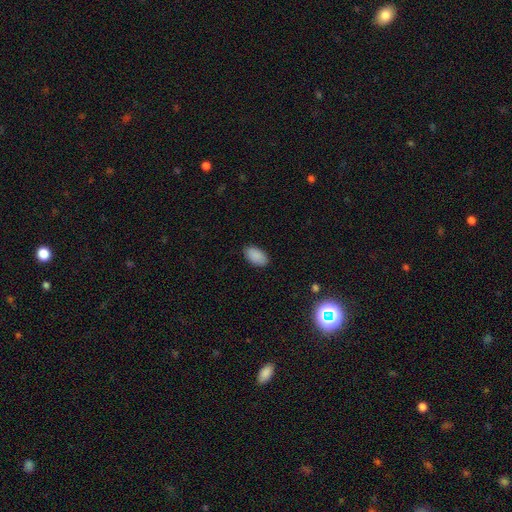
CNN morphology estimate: type=smooth (89%); roundness=in between (95%); merging=none (88%).